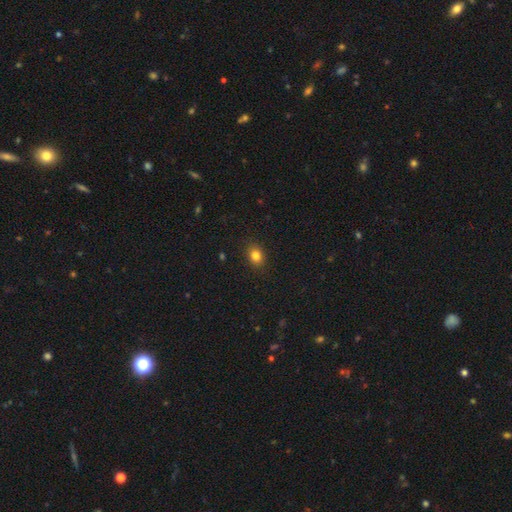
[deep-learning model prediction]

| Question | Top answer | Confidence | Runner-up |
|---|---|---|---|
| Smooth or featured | smooth | 83% | star or artifact (11%) |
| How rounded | in between | 55% | round (44%) |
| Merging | none | 89% | minor disturbance (8%) |